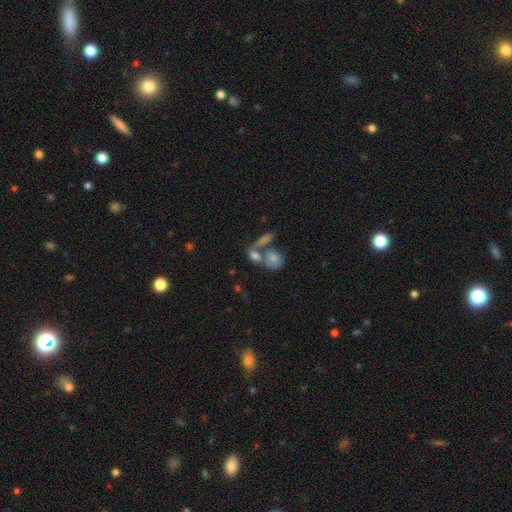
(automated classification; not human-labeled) Morphology: type=smooth (68%); roundness=in between (65%); merging=merger (52%).